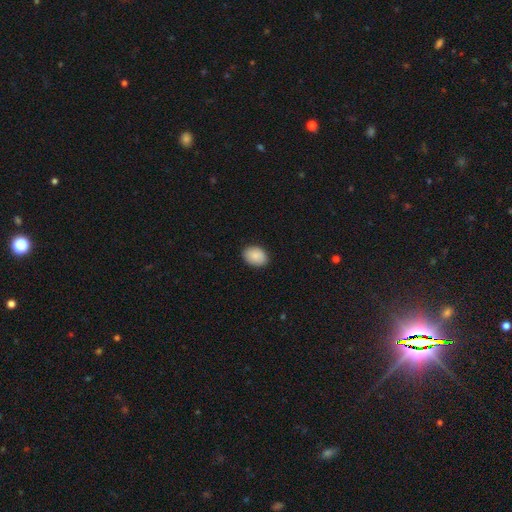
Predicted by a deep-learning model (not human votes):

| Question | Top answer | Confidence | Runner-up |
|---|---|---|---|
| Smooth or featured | smooth | 89% | star or artifact (7%) |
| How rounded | in between | 75% | round (24%) |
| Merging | none | 89% | minor disturbance (9%) |